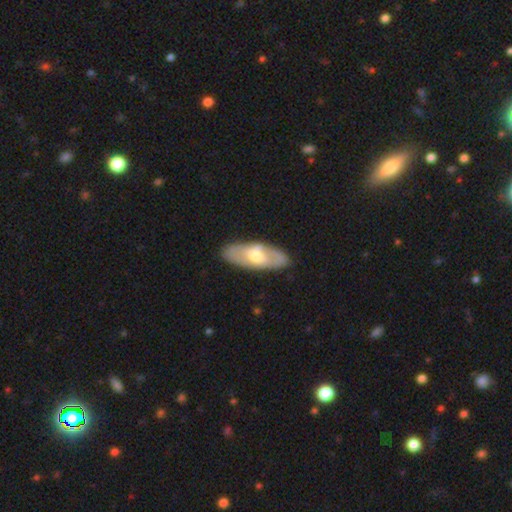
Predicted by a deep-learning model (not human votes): Smooth or featured: featured or disk — 48% (smooth — 47%)
Merging: none — 83% (minor disturbance — 12%)